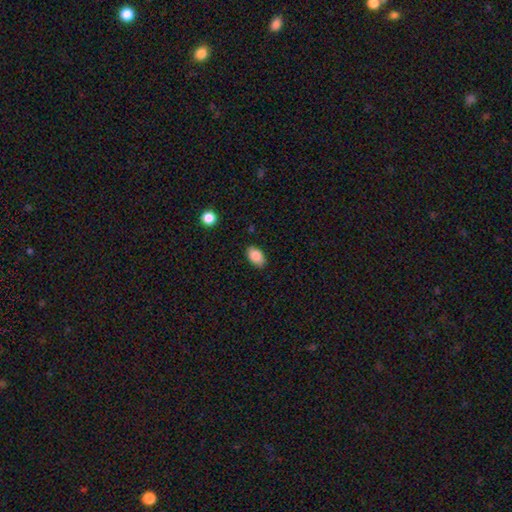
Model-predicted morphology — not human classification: This appears to be a smooth galaxy with no disk features (85%) that is in between round and cigar-shaped (91%). Merging: none (86%).